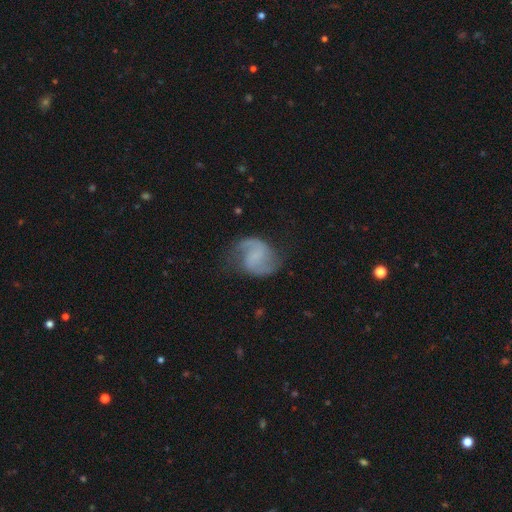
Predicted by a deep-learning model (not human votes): Morphology: type=featured or disk (82%); edge-on=no (98%); bar=no (44%); spiral arms=yes (96%); winding=medium (47%); arm count=2 (92%); bulge=none (56%); merging=none (74%).